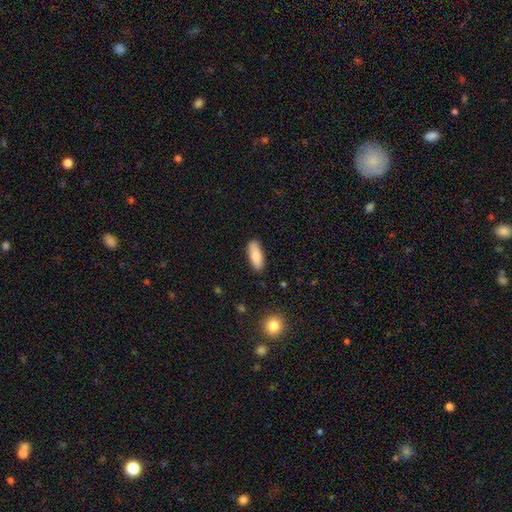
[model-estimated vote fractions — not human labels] The model was most divided on "how rounded": in between: 67%, cigar-shaped: 31%, round: 2%. More confident: merging — none (85%); smooth or featured — smooth (84%).